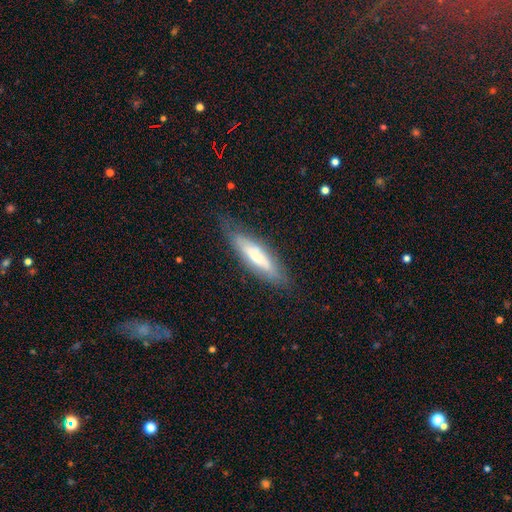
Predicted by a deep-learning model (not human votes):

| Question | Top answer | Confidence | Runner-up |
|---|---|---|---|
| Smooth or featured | smooth | 57% | featured or disk (36%) |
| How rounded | cigar-shaped | 72% | in between (27%) |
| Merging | none | 75% | minor disturbance (19%) |